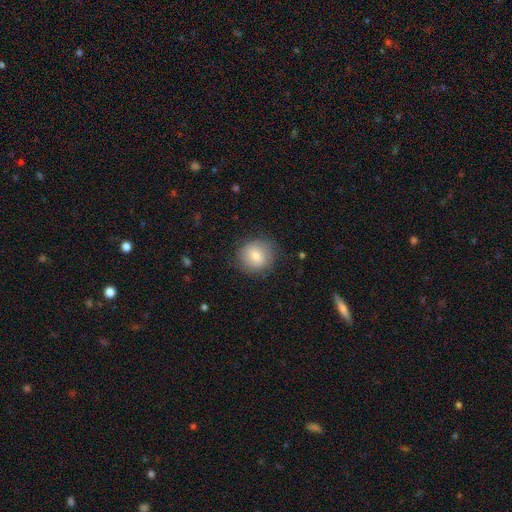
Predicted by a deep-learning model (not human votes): A smooth galaxy with no disk features (75%) that is round (87%). Merging: none (79%).